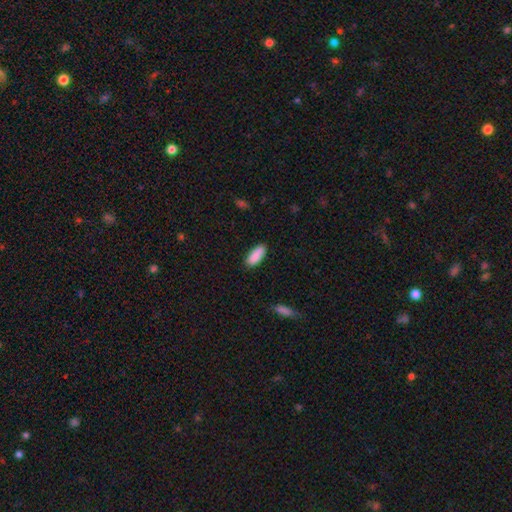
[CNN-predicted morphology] smooth_or_featured: smooth (p=0.89) [alt: star or artifact p=0.06]
how_rounded: in between (p=0.75) [alt: cigar-shaped p=0.24]
merging: none (p=0.85) [alt: minor disturbance p=0.12]